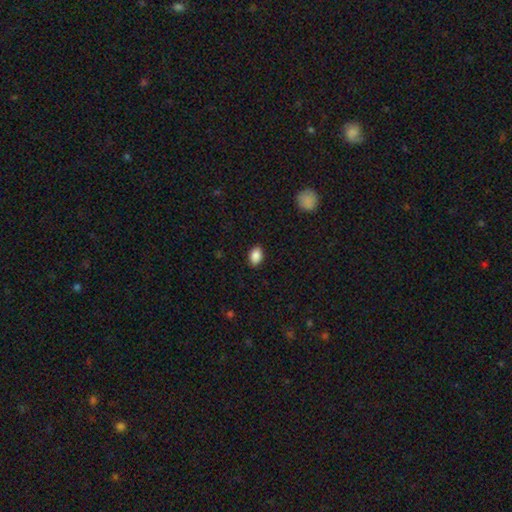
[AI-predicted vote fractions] Smooth or featured: smooth — 89% (star or artifact — 8%)
How rounded: in between — 84% (round — 14%)
Merging: none — 89% (minor disturbance — 8%)